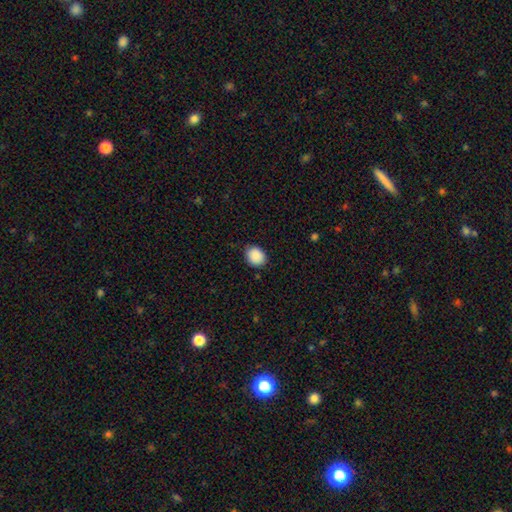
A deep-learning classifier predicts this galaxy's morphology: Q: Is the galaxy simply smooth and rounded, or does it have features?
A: smooth — 90%.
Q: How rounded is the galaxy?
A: round — 55%.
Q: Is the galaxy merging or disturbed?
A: none — 84%.